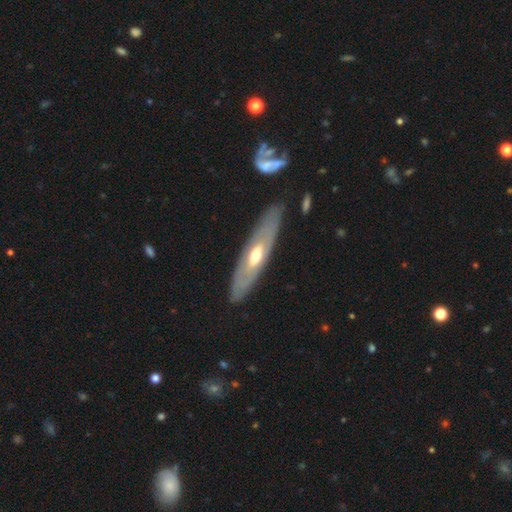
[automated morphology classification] featured or disk 64%, smooth 31%, star or artifact 5%. Down the decision tree: edge-on disk — no (55%); merging — none (84%).